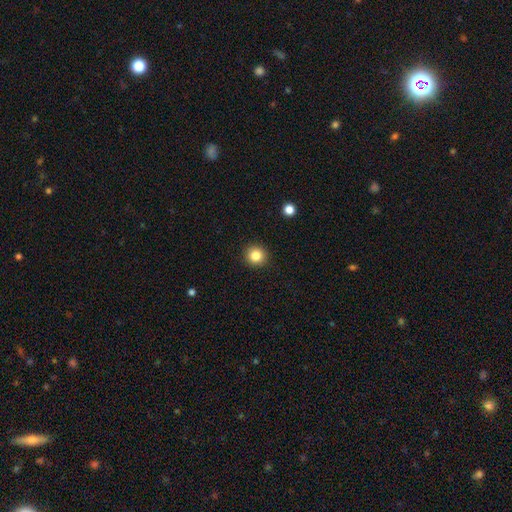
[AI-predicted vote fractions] Q: Smooth or featured?
A: smooth (84%); runner-up: star or artifact (11%)
Q: How rounded?
A: round (93%); runner-up: in between (6%)
Q: Merging?
A: none (92%); runner-up: minor disturbance (5%)